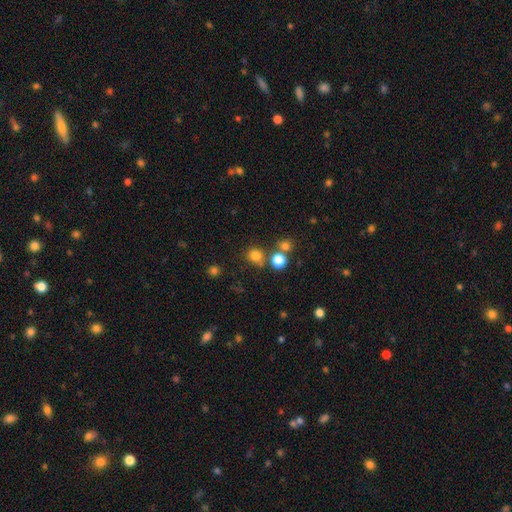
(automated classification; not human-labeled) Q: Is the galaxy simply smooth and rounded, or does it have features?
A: smooth — 78%.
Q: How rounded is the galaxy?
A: round — 88%.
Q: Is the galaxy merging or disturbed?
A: none — 72%.